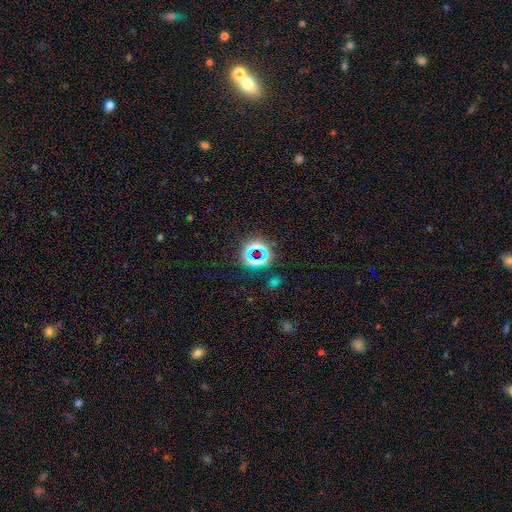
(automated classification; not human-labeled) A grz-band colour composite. It shows a star or artifact, not a galaxy (66%).